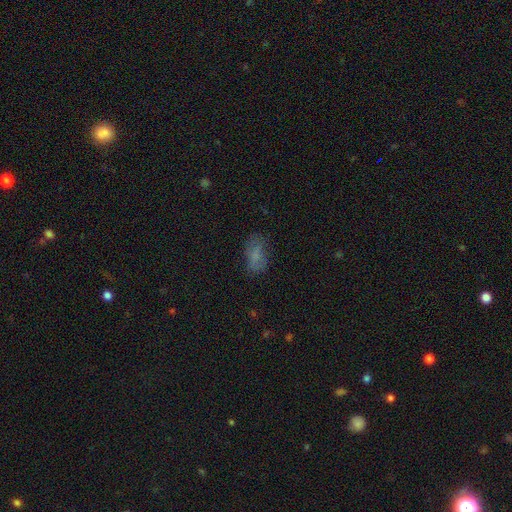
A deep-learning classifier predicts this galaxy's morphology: Overall: smooth (68%). How rounded: in between (89%). Merging: none (62%; minor disturbance 23%).